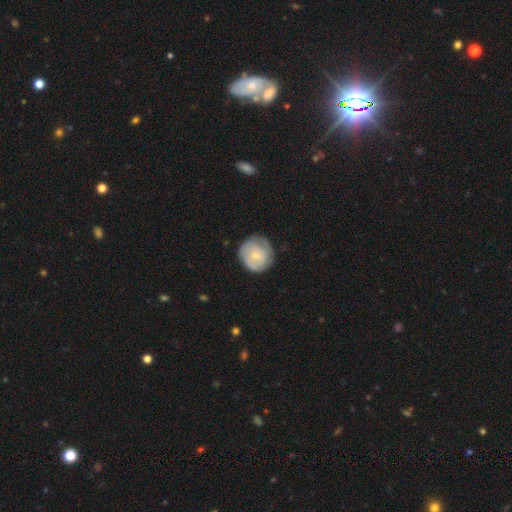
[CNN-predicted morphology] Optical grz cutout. It shows a smooth galaxy with no disk features (48%). Merging: none (73%).